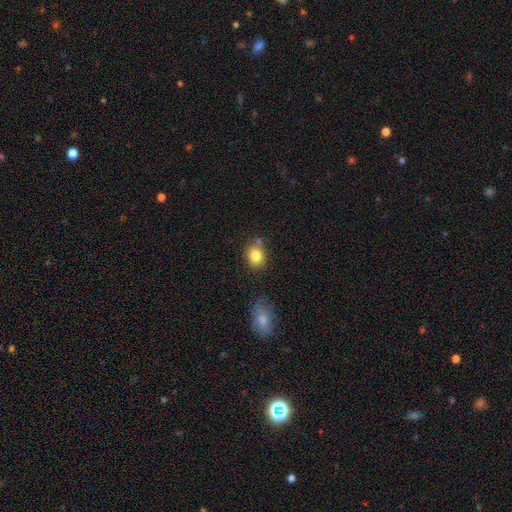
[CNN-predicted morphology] smooth 82%, star or artifact 9%, featured or disk 8%. Down the decision tree: how rounded — round (54%); merging — none (70%).